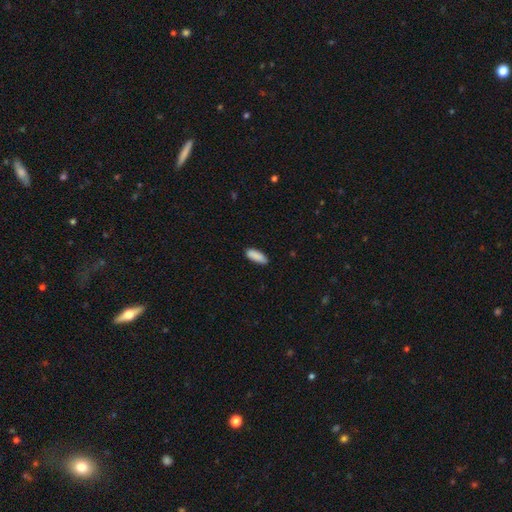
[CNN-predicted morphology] type=smooth (90%); roundness=in between (67%); merging=none (87%).